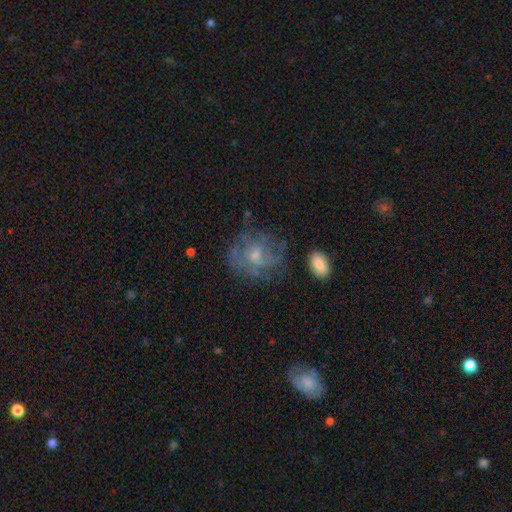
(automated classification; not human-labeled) smooth-or-featured: featured or disk: 66% | smooth: 24% | star or artifact: 10%
  disk-edge-on: no: 97% | yes: 3%
    bar: no: 68% | weak: 29% | strong: 4%
    has-spiral-arms: yes: 68% | no: 32%
    bulge-size: small: 53% | moderate: 38% | none: 6% | large: 2% | dominant: 1%
  merging: none: 58% | minor disturbance: 21% | major disturbance: 18% | merger: 3%